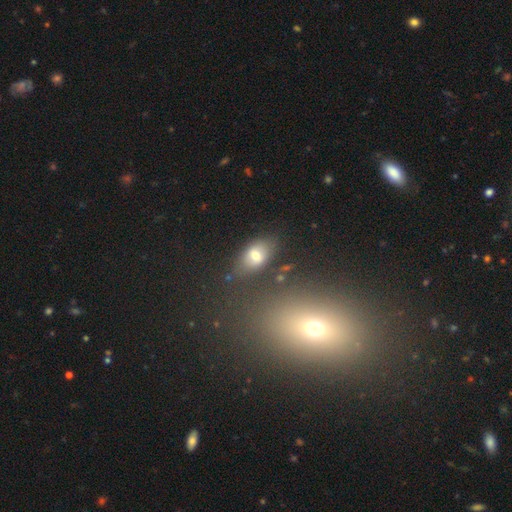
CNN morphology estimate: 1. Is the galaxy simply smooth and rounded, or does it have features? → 71% smooth, 17% featured or disk, 12% star or artifact.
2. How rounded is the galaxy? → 83% in between, 14% round, 3% cigar-shaped.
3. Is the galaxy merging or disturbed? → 70% none, 18% minor disturbance, 6% major disturbance, 6% merger.